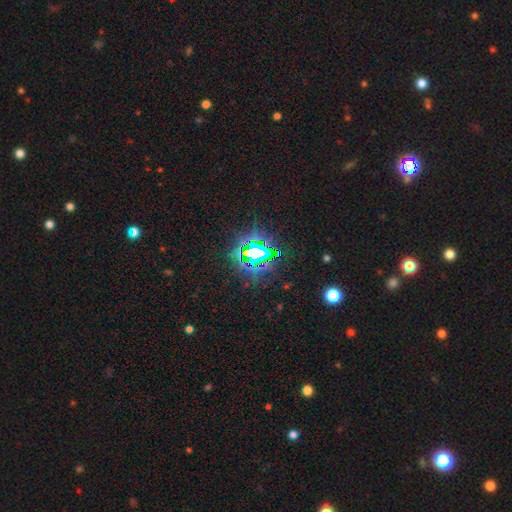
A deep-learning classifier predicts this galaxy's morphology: type=star or artifact (79%).